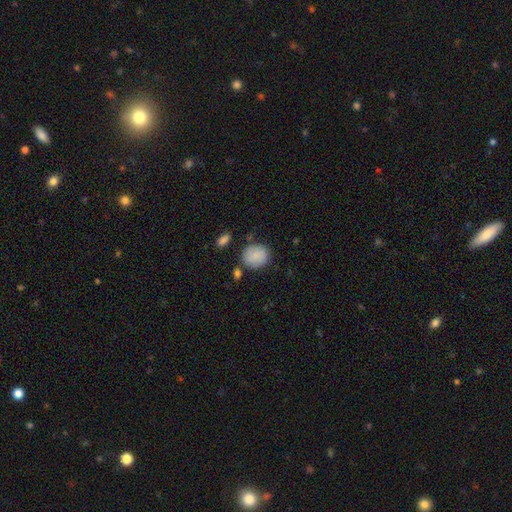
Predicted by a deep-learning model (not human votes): smooth-or-featured: smooth: 87% | star or artifact: 7% | featured or disk: 6%
  how-rounded: round: 76% | in between: 23% | cigar-shaped: 1%
  merging: none: 77% | minor disturbance: 14% | merger: 5% | major disturbance: 4%